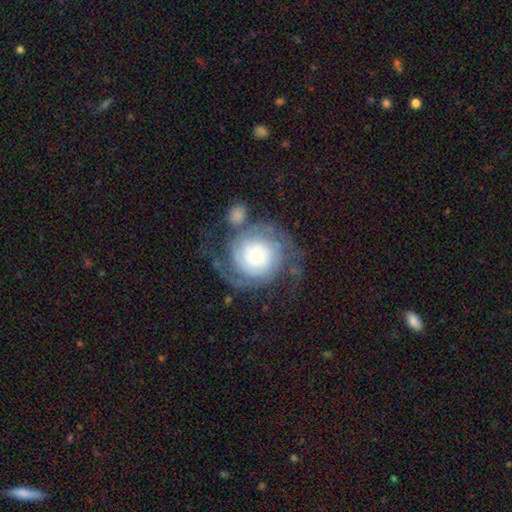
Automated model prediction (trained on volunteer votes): This appears to be a featured or disk galaxy (80%) with no bar (77%), 2 (50%) tight (57%) spiral arms (94%) and a small central bulge (47%). Merging: none (56%).